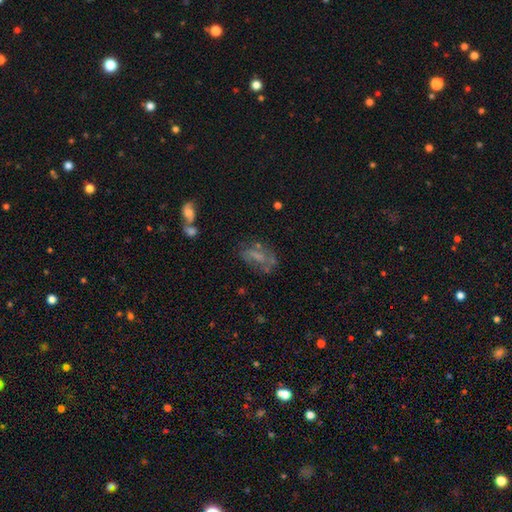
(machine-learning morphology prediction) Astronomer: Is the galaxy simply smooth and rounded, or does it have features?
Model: featured or disk — 43% (runner-up: smooth, 31%).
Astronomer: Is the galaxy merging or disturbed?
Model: none — 56%.